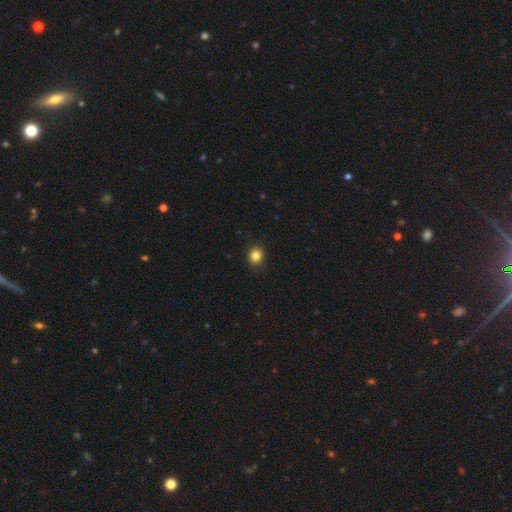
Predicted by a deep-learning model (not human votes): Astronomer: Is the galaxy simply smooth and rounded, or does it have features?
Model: smooth — 84%.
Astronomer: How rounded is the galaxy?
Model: round — 80%.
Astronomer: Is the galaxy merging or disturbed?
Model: none — 91%.